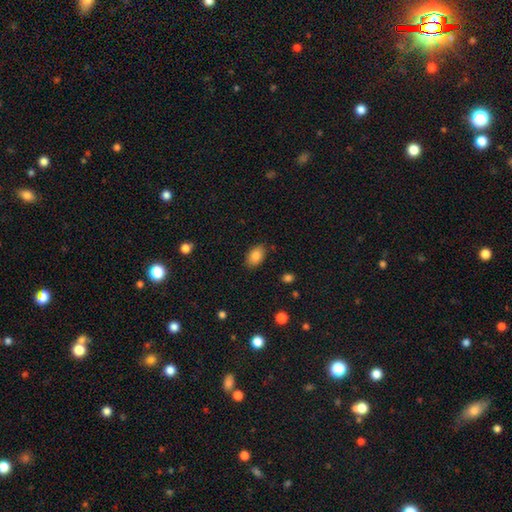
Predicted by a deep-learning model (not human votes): Smooth or featured? Predicted: smooth (p=0.85). How rounded? Predicted: in between (p=0.89). Merging? Predicted: none (p=0.86).